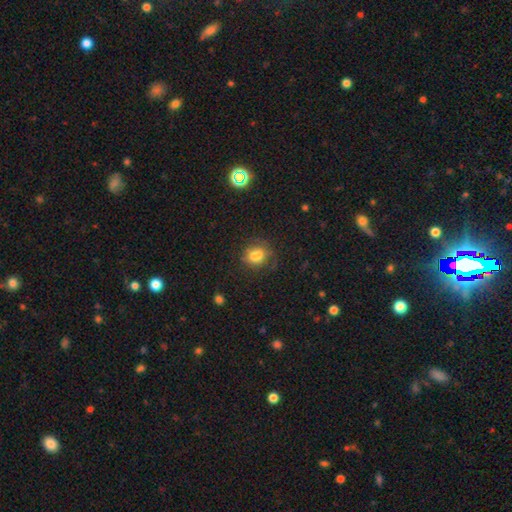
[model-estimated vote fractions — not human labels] smooth_or_featured: smooth (p=0.78) [alt: star or artifact p=0.12]
how_rounded: round (p=0.56) [alt: in between p=0.43]
merging: none (p=0.65) [alt: minor disturbance p=0.22]